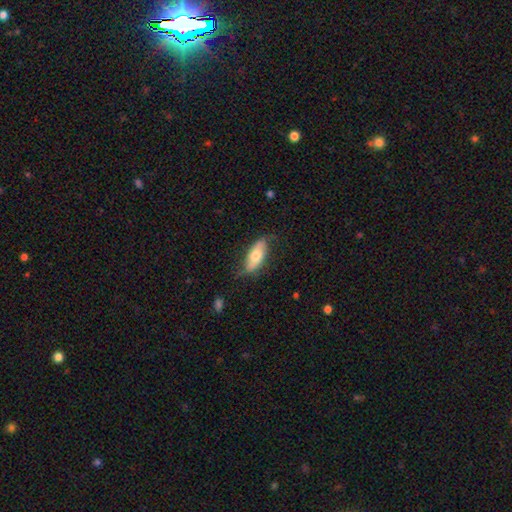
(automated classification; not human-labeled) Smooth or featured: smooth — 57% (featured or disk — 37%)
How rounded: in between — 76% (cigar-shaped — 21%)
Merging: none — 65% (minor disturbance — 26%)